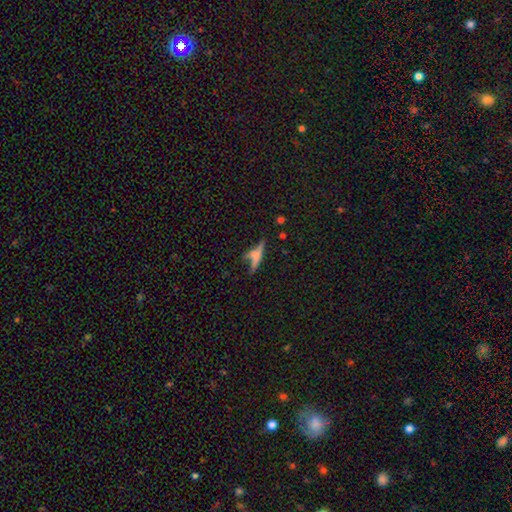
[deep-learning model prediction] Overall: smooth (47%; featured or disk 41%). Merging: none (53%; merger 20%).